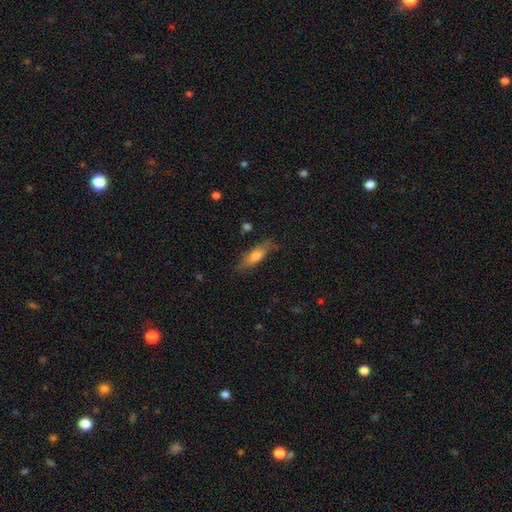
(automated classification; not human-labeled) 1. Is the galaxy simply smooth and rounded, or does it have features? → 67% smooth, 26% featured or disk, 7% star or artifact.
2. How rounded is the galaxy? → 50% in between, 48% cigar-shaped, 2% round.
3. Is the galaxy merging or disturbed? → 72% none, 21% minor disturbance, 5% major disturbance, 2% merger.